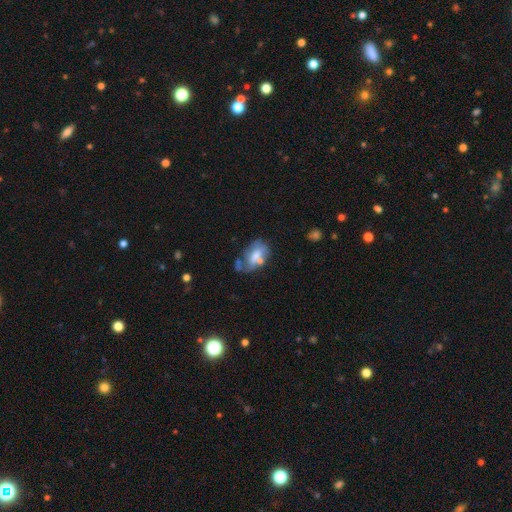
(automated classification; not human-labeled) smooth 50%, featured or disk 42%, star or artifact 8%. Down the decision tree: merging — none (35%).